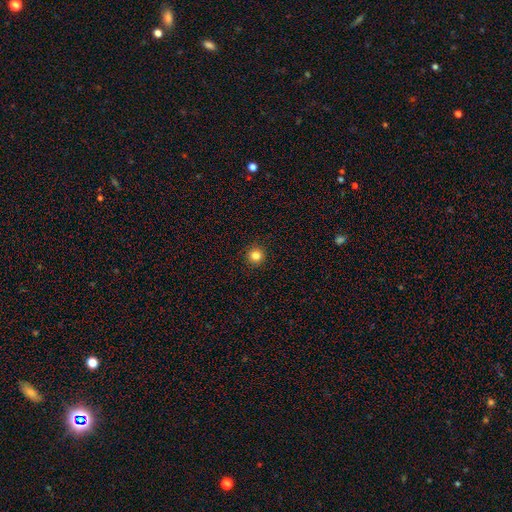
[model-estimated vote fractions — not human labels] A smooth galaxy with no disk features (83%) that is round (96%).

Vote fractions:
- Smooth or featured? smooth: 83% / star or artifact: 13% / featured or disk: 5%
- How rounded? round: 96% / in between: 3% / cigar-shaped: 1%
- Merging? none: 93% / minor disturbance: 4% / major disturbance: 2% / merger: 1%